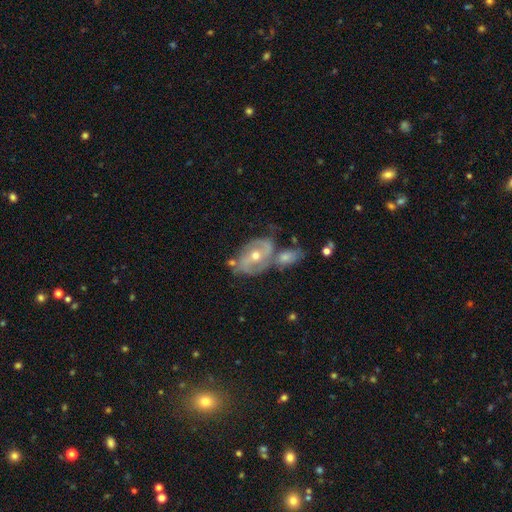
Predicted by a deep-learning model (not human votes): A featured or disk galaxy (80%) with no bar (48%), 2 (75%) medium (46%) spiral arms (89%) and a moderate central bulge (64%). Merging: none (45%).